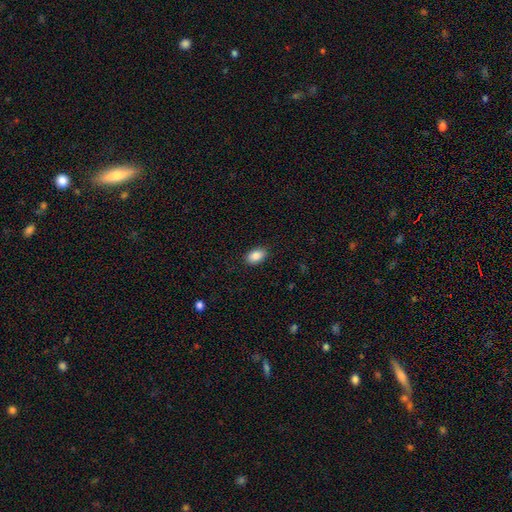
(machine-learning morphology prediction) Smooth or featured? Predicted: smooth (p=0.88). How rounded? Predicted: in between (p=0.90). Merging? Predicted: none (p=0.89).